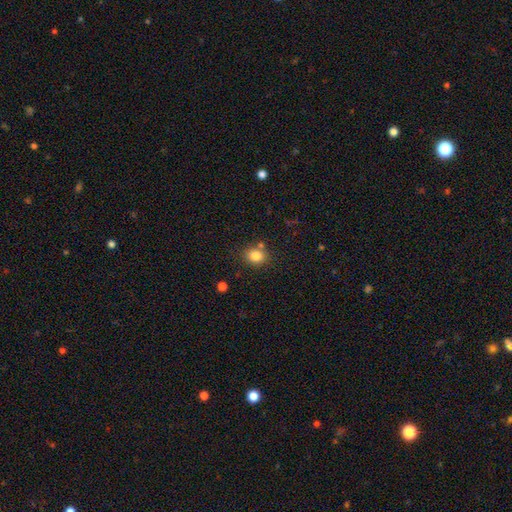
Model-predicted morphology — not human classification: A smooth galaxy with no disk features (84%) that is round (65%).

Vote fractions:
- Smooth or featured? smooth: 84% / star or artifact: 11% / featured or disk: 6%
- How rounded? round: 65% / in between: 34% / cigar-shaped: 1%
- Merging? none: 77% / minor disturbance: 11% / merger: 9% / major disturbance: 3%